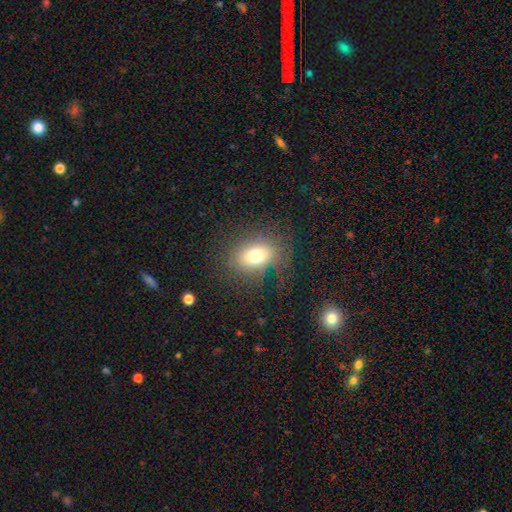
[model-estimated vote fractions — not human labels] smooth-or-featured: smooth: 71% | featured or disk: 14% | star or artifact: 14%
  how-rounded: in between: 61% | round: 38% | cigar-shaped: 2%
  merging: none: 74% | minor disturbance: 15% | major disturbance: 9% | merger: 2%